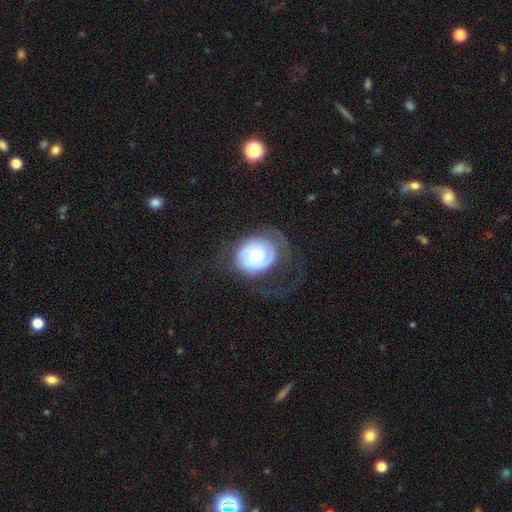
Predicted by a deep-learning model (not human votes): The model was most divided on "merging": none: 45%, major disturbance: 32%, minor disturbance: 22%, merger: 1%. Remaining: edge-on disk — no (98%); spiral arms — yes (87%); bar — no (70%); smooth or featured — featured or disk (67%); spiral winding — tight (50%); spiral arm count — 2 (47%); bulge size — moderate (45%).